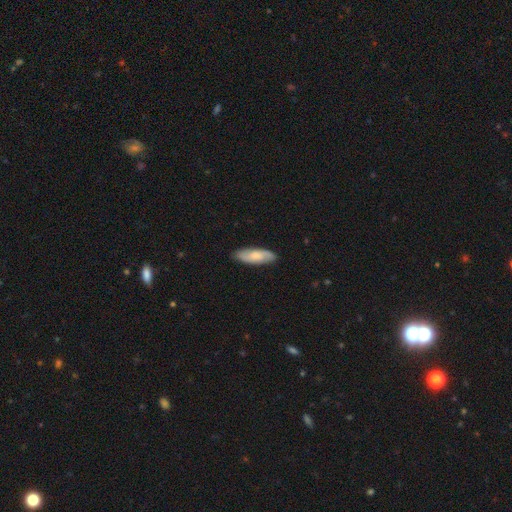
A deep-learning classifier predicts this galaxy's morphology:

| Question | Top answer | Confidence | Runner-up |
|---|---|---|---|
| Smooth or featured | smooth | 63% | featured or disk (32%) |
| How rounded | in between | 60% | cigar-shaped (38%) |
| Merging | none | 87% | minor disturbance (10%) |